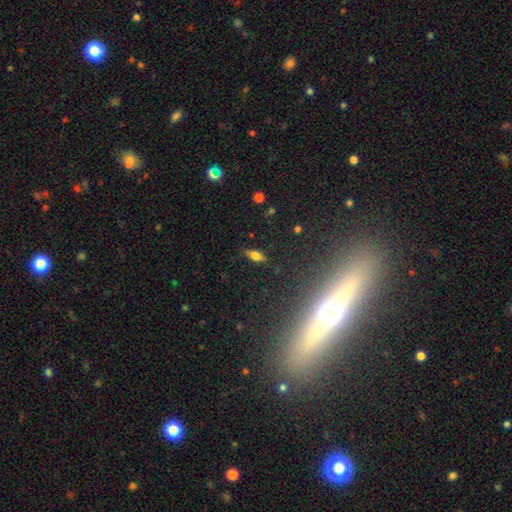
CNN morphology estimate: Smooth or featured? smooth (66%)
How rounded? in between (75%)
Merging? none (81%)